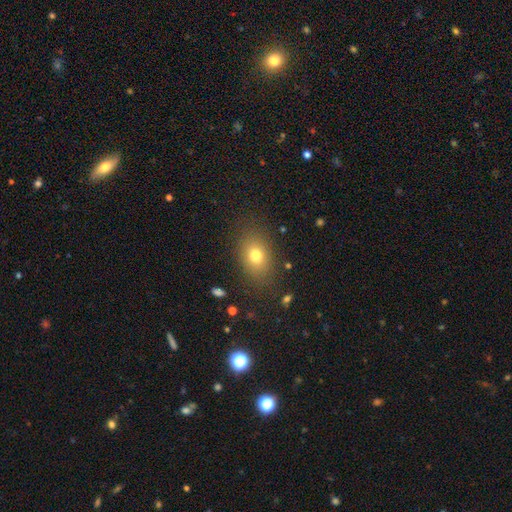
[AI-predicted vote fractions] A smooth galaxy with no disk features (76%) that is in between round and cigar-shaped (72%).

Vote fractions:
- Smooth or featured? smooth: 76% / star or artifact: 12% / featured or disk: 12%
- How rounded? in between: 72% / round: 27% / cigar-shaped: 1%
- Merging? none: 83% / minor disturbance: 11% / major disturbance: 5% / merger: 1%